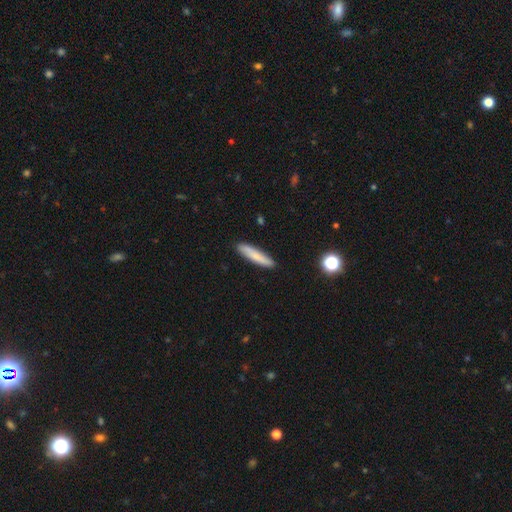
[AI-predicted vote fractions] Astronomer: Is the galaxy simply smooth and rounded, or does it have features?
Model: smooth — 77%.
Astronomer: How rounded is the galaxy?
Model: cigar-shaped — 89%.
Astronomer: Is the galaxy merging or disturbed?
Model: none — 89%.